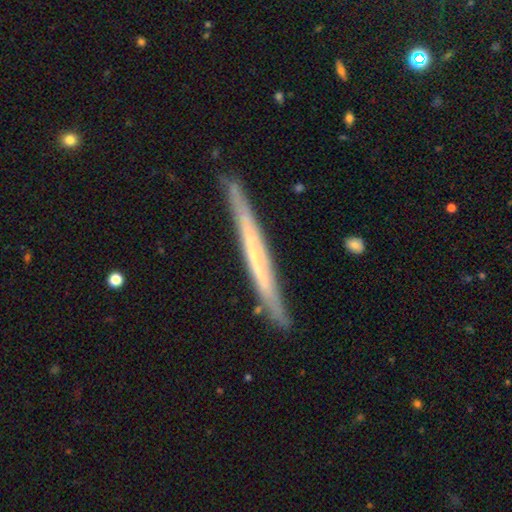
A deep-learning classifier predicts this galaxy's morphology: A featured or disk galaxy (63%) viewed edge-on (95%) with no central bulge (81%). Merging: none (87%).